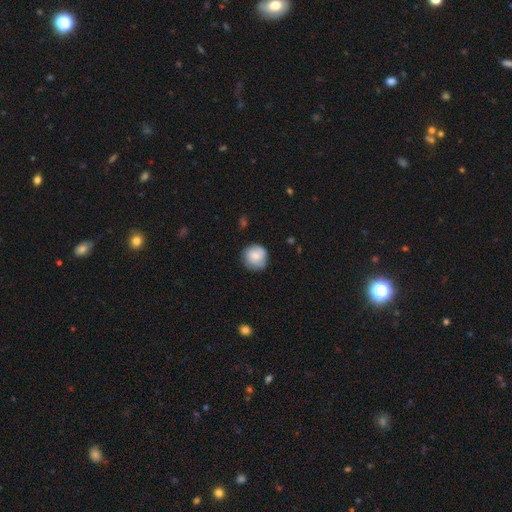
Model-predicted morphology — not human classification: smooth-or-featured: smooth: 73% | featured or disk: 20% | star or artifact: 7%
  how-rounded: round: 92% | in between: 7% | cigar-shaped: 1%
  merging: none: 75% | minor disturbance: 20% | major disturbance: 4% | merger: 2%